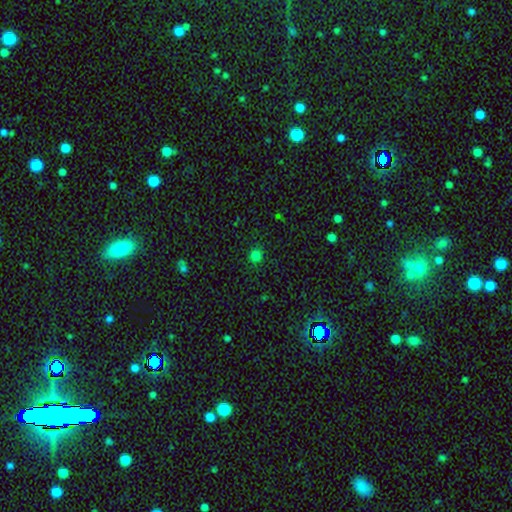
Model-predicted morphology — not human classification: Q: Smooth or featured?
A: smooth (79%); runner-up: star or artifact (17%)
Q: How rounded?
A: round (91%); runner-up: in between (8%)
Q: Merging?
A: none (90%); runner-up: minor disturbance (7%)